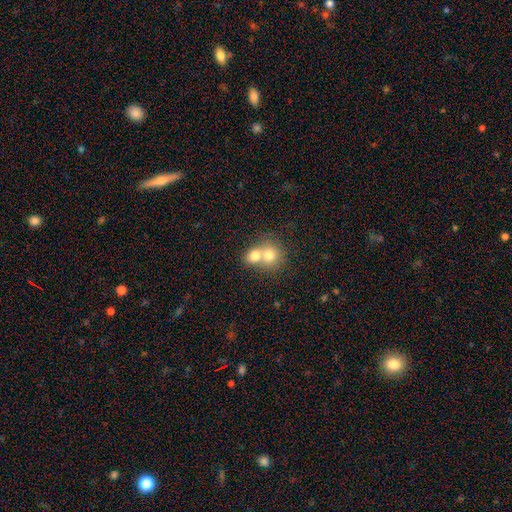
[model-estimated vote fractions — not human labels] Morphology: type=smooth (73%); roundness=round (70%); merging=merger (69%).